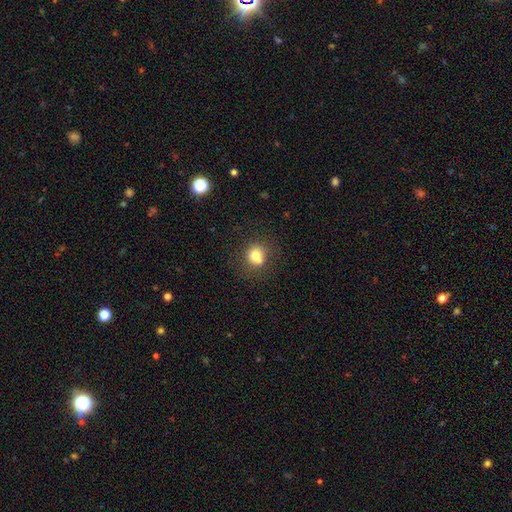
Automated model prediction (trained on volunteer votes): This appears to be a smooth galaxy with no disk features (74%) that is round (76%). Merging: none (60%).